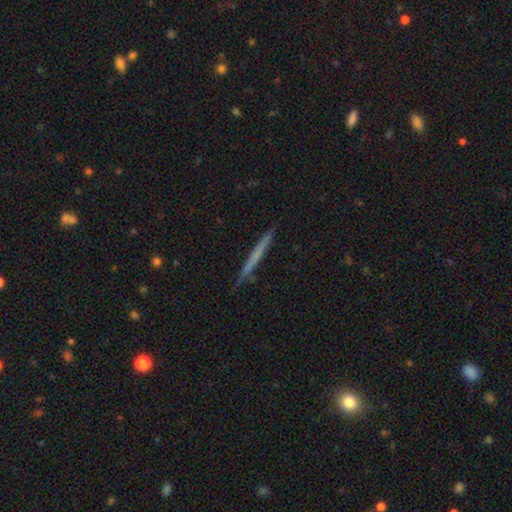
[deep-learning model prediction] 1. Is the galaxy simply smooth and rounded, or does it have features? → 52% smooth, 43% featured or disk, 6% star or artifact.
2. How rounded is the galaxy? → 97% cigar-shaped, 2% in between, 2% round.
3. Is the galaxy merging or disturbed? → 90% none, 8% minor disturbance, 1% major disturbance, 1% merger.